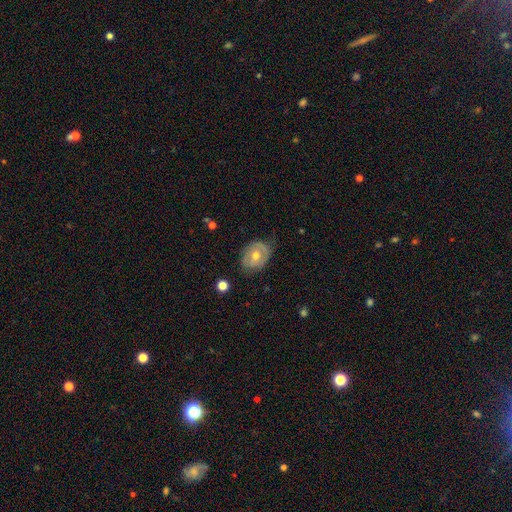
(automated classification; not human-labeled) This appears to be a featured or disk galaxy (48%). Merging: none (69%).